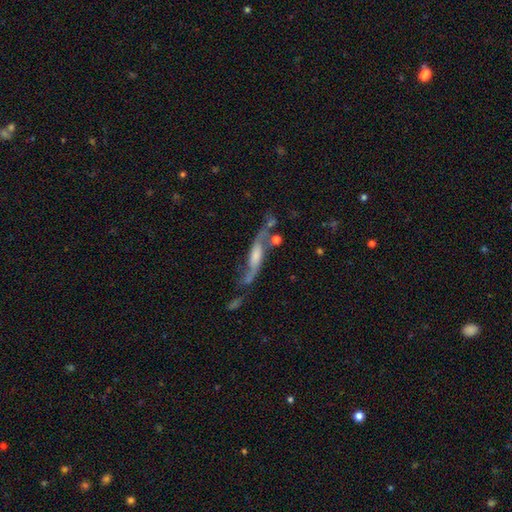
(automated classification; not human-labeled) The model was most divided on "edge-on disk": no: 60%, yes: 40%. More confident: smooth or featured — featured or disk (79%); merging — none (51%).